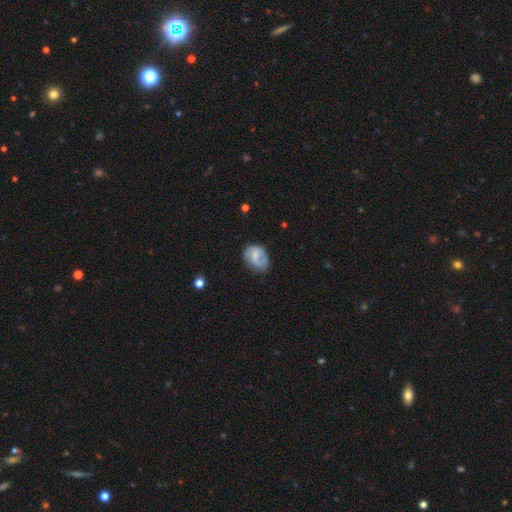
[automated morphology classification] This is possibly a featured or disk galaxy (49%). Merging: likely none (60%).